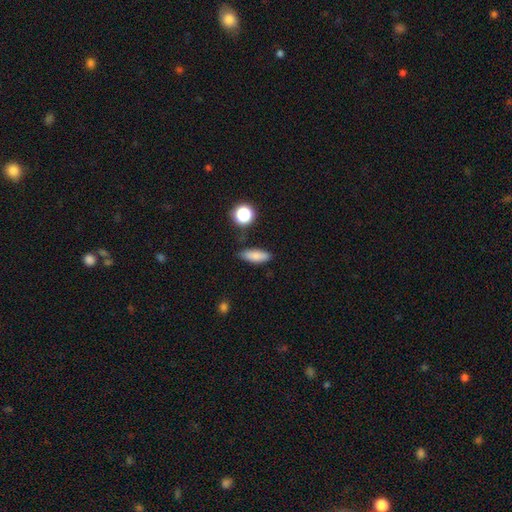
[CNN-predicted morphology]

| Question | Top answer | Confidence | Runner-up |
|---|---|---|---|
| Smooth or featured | smooth | 82% | star or artifact (9%) |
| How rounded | in between | 62% | cigar-shaped (33%) |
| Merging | none | 82% | minor disturbance (12%) |